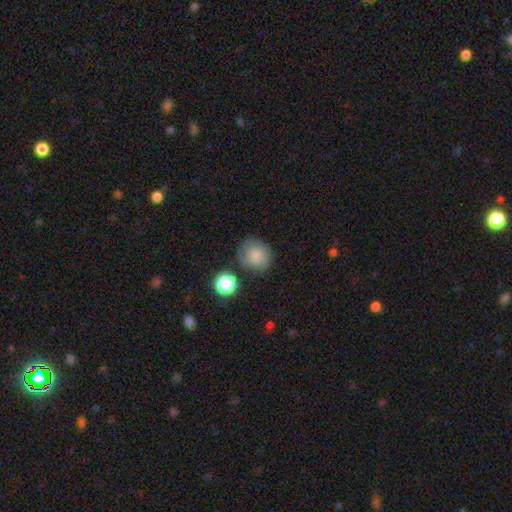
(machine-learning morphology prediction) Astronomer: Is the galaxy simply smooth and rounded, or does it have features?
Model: smooth — 80%.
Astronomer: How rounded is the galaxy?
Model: round — 80%.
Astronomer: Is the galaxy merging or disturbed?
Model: none — 70%.